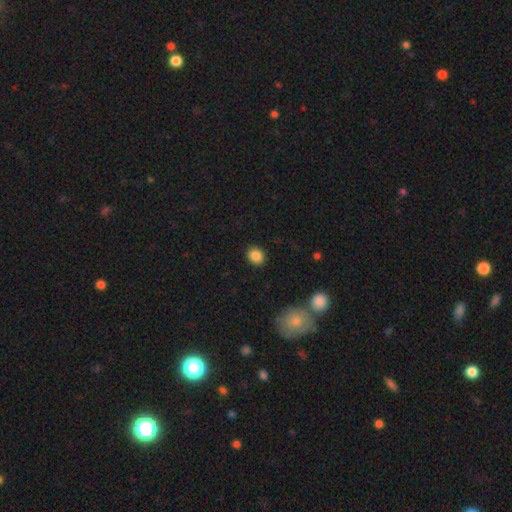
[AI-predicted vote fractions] Smooth or featured? smooth (87%)
How rounded? round (57%)
Merging? none (89%)